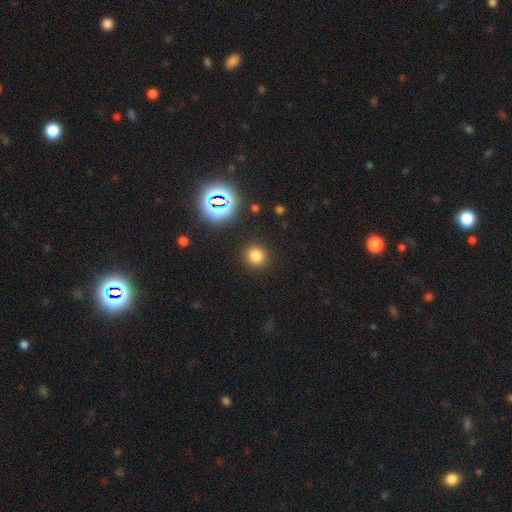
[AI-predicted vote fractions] The model was most divided on "smooth or featured": smooth: 76%, star or artifact: 18%, featured or disk: 6%. More confident: how rounded — round (91%); merging — none (90%).